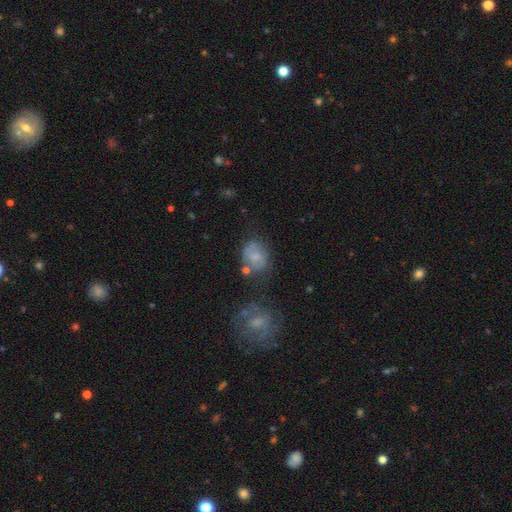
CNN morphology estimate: Smooth or featured? Predicted: smooth (p=0.62). How rounded? Predicted: round (p=0.59). Merging? Predicted: none (p=0.54).